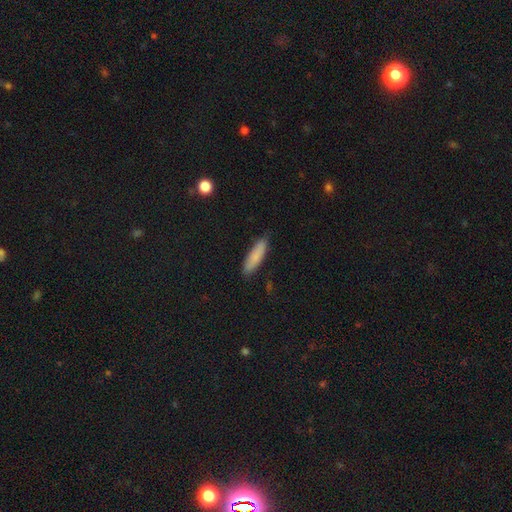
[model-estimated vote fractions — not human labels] A smooth galaxy with no disk features (82%) that is cigar-shaped (69%).

Vote fractions:
- Smooth or featured? smooth: 82% / featured or disk: 11% / star or artifact: 7%
- How rounded? cigar-shaped: 69% / in between: 29% / round: 2%
- Merging? none: 85% / minor disturbance: 12% / major disturbance: 2% / merger: 1%